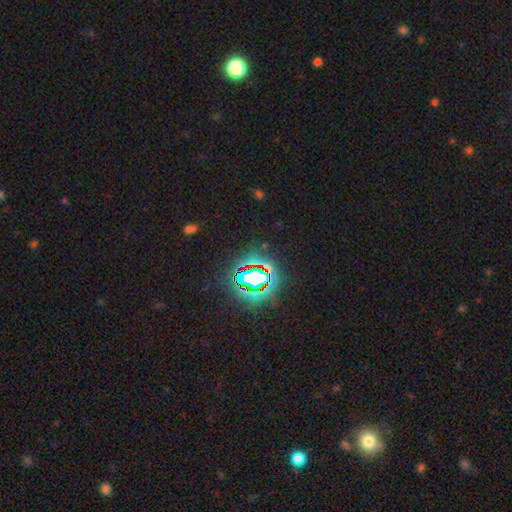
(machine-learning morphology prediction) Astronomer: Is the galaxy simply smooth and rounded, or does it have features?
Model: star or artifact — 83%.